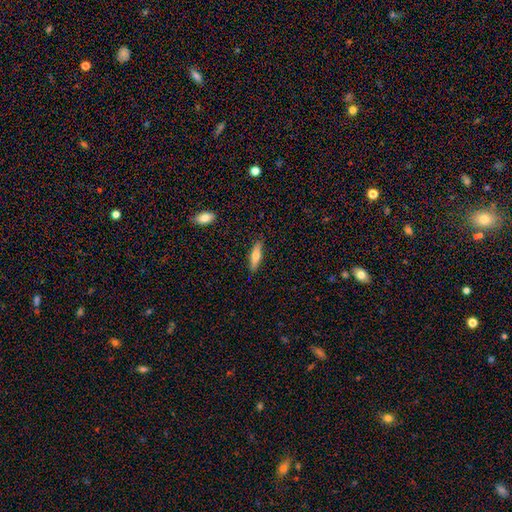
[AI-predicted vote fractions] A smooth galaxy with no disk features (63%) that is cigar-shaped (65%).

Vote fractions:
- Smooth or featured? smooth: 63% / featured or disk: 31% / star or artifact: 6%
- How rounded? cigar-shaped: 65% / in between: 33% / round: 2%
- Merging? none: 88% / minor disturbance: 9% / major disturbance: 2% / merger: 1%